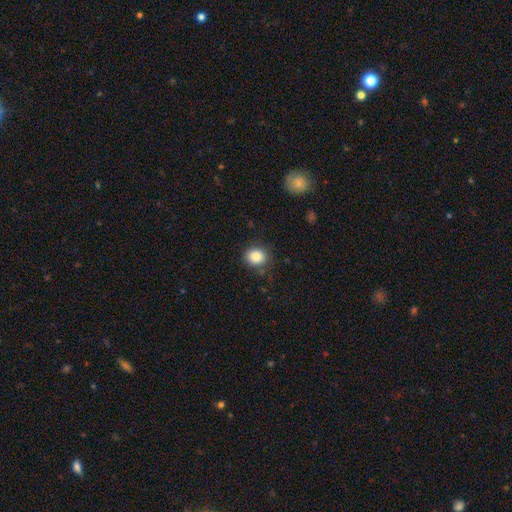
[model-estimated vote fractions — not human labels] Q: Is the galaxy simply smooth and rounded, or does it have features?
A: smooth — 86%.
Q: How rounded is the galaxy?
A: round — 79%.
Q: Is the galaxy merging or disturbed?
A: none — 82%.